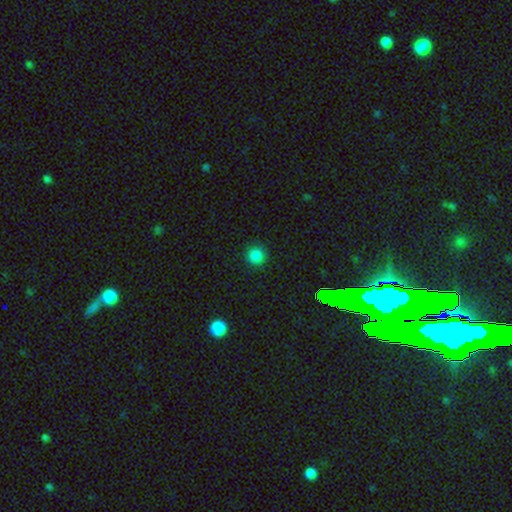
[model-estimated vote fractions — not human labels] A smooth galaxy with no disk features (85%) that is round (94%). Merging: none (91%).